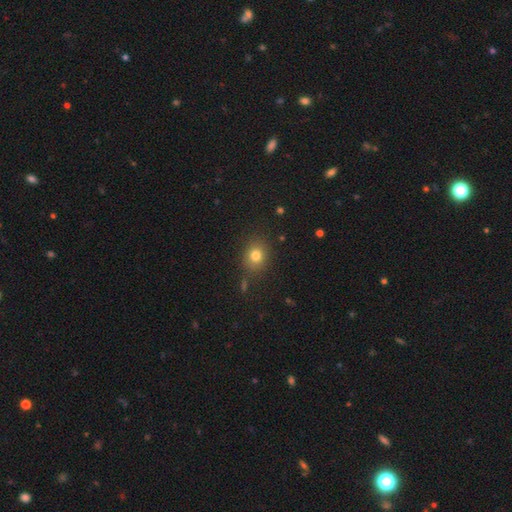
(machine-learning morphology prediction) Q: Smooth or featured?
A: smooth (79%); runner-up: star or artifact (13%)
Q: How rounded?
A: round (62%); runner-up: in between (37%)
Q: Merging?
A: none (83%); runner-up: minor disturbance (11%)